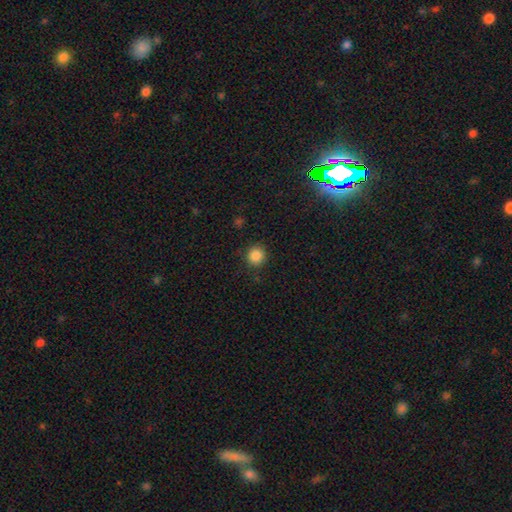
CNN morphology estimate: Smooth or featured?
  - smooth: 86% *
  - star or artifact: 11%
  - featured or disk: 3%
How rounded?
  - round: 91% *
  - in between: 8%
  - cigar-shaped: 1%
Merging?
  - none: 90% *
  - minor disturbance: 7%
  - major disturbance: 2%
  - merger: 1%